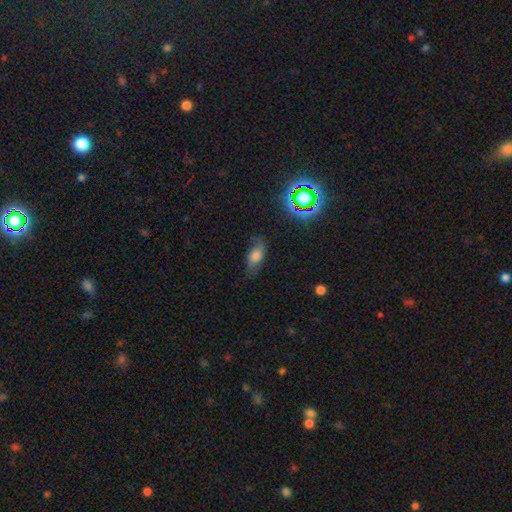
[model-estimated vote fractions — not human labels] smooth_or_featured: smooth (p=0.58) [alt: featured or disk p=0.28]
how_rounded: in between (p=0.82) [alt: cigar-shaped p=0.11]
merging: none (p=0.64) [alt: minor disturbance p=0.25]